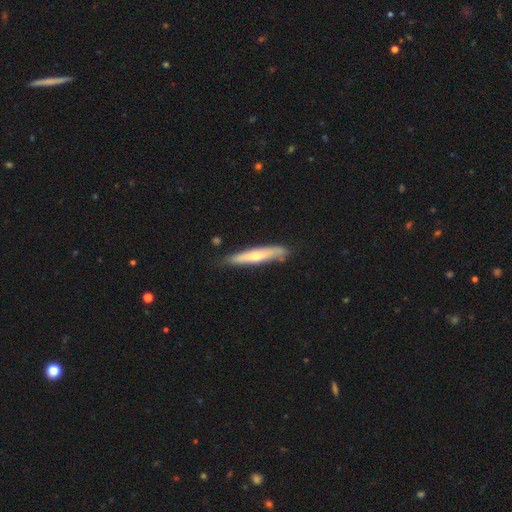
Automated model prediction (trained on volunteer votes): Q: Smooth or featured?
A: smooth (52%); runner-up: featured or disk (42%)
Q: How rounded?
A: cigar-shaped (90%); runner-up: in between (9%)
Q: Merging?
A: none (79%); runner-up: minor disturbance (16%)